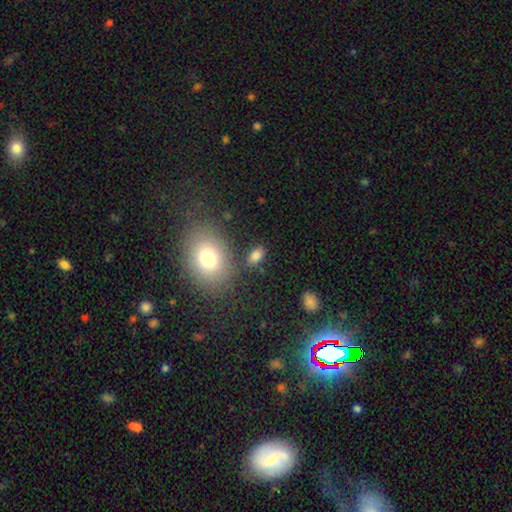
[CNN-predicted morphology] This appears to be a smooth galaxy with no disk features (82%) that is in between round and cigar-shaped (87%). Merging: none (79%).